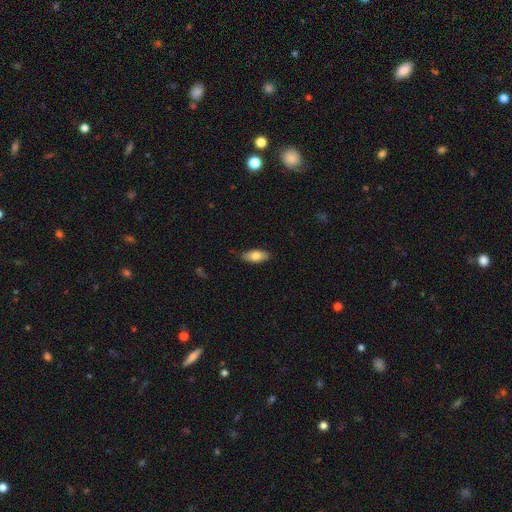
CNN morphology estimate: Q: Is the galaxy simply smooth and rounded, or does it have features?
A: smooth — 77%.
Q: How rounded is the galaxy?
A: in between — 83%.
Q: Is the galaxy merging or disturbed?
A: none — 85%.